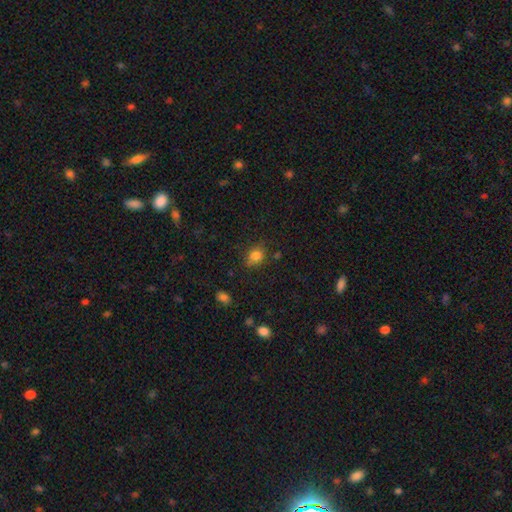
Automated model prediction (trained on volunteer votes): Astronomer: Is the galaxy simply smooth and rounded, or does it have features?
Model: smooth — 80%.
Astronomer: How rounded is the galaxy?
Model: round — 57% (runner-up: in between, 41%).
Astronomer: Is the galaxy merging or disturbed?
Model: none — 77%.